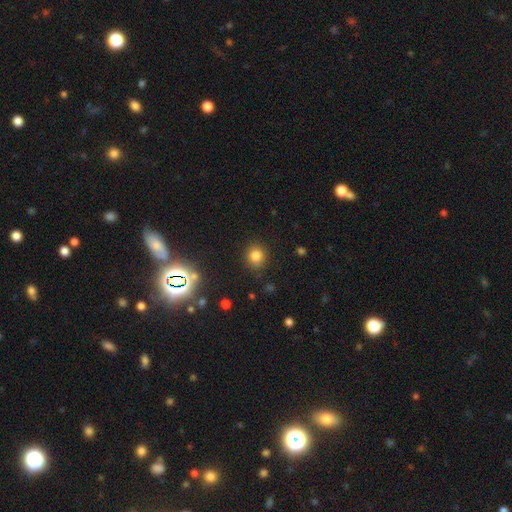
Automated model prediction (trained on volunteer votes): A smooth galaxy with no disk features (79%) that is round (87%). Merging: none (87%).